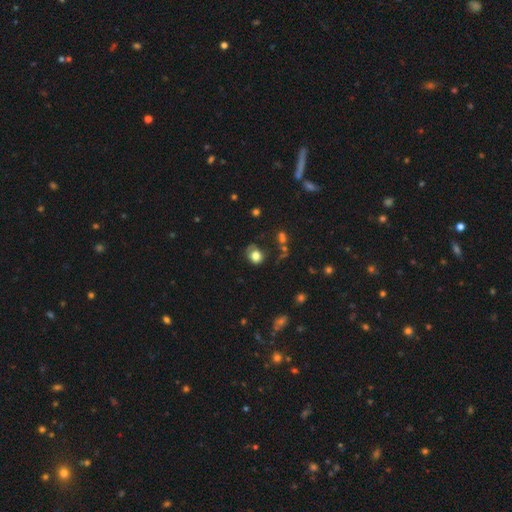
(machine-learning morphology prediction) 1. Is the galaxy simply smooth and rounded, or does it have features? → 76% smooth, 13% featured or disk, 11% star or artifact.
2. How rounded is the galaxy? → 64% round, 36% in between, 1% cigar-shaped.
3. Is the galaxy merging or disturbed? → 55% none, 27% minor disturbance, 14% major disturbance, 5% merger.